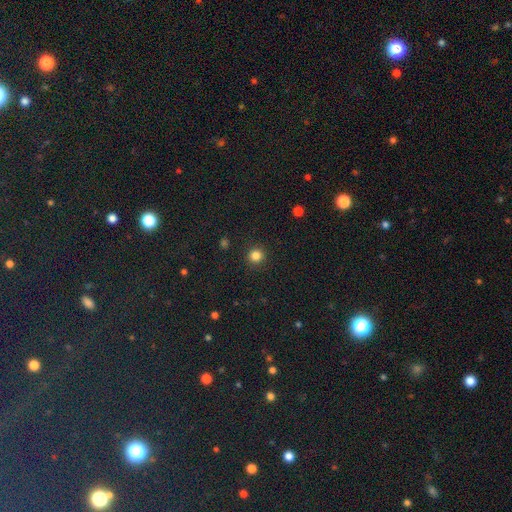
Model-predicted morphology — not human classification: Smooth or featured?
  - smooth: 83% *
  - star or artifact: 13%
  - featured or disk: 4%
How rounded?
  - round: 94% *
  - in between: 5%
  - cigar-shaped: 1%
Merging?
  - none: 91% *
  - minor disturbance: 5%
  - major disturbance: 2%
  - merger: 1%